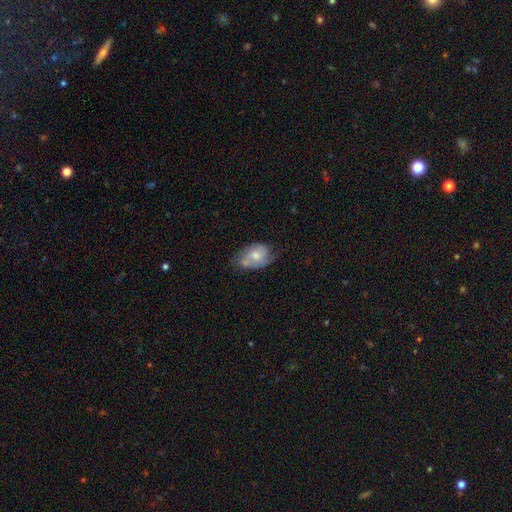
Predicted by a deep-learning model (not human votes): This is possibly a smooth galaxy (50%). Merging: marginally none (44%).